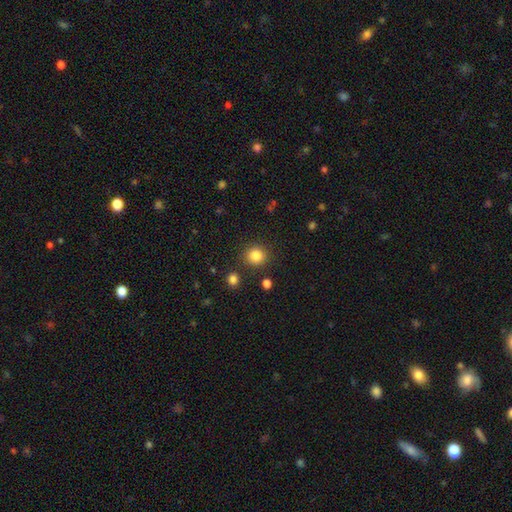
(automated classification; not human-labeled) Smooth or featured? Predicted: smooth (p=0.84). How rounded? Predicted: round (p=0.87). Merging? Predicted: none (p=0.86).